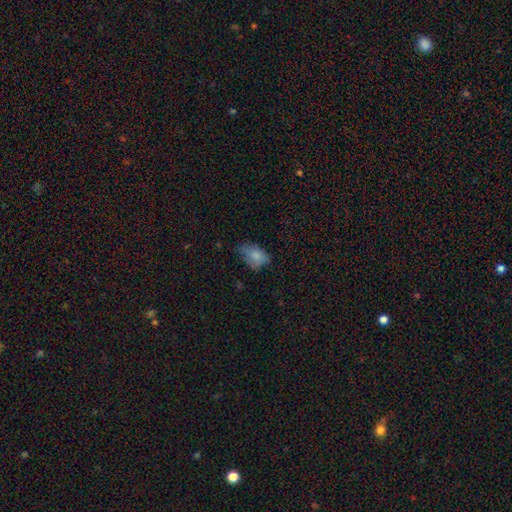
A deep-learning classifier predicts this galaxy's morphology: Smooth or featured? Predicted: smooth (p=0.76). How rounded? Predicted: in between (p=0.84). Merging? Predicted: none (p=0.43).